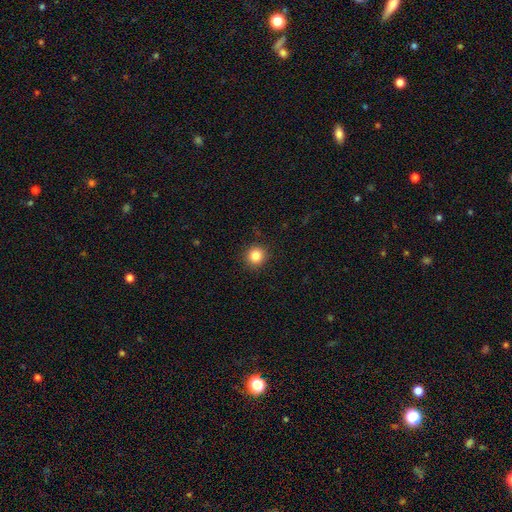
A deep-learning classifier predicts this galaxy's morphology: This appears to be a smooth galaxy with no disk features (85%) that is round (94%). Merging: none (92%).